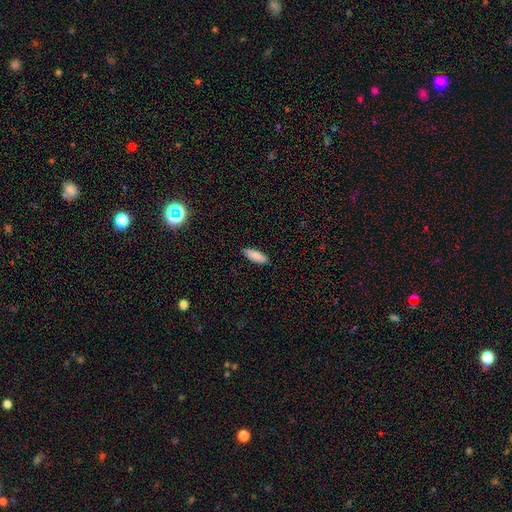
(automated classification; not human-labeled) smooth 88%, star or artifact 6%, featured or disk 6%. Down the decision tree: how rounded — in between (59%); merging — none (89%).